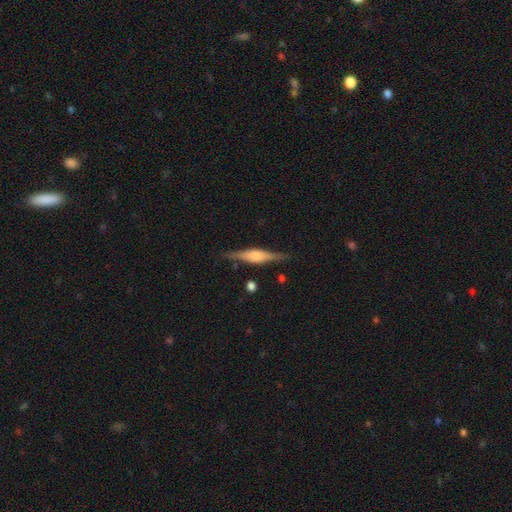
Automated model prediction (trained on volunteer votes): Morphology: type=featured or disk (75%); edge-on=yes (97%); edge-on bulge=rounded (69%); merging=none (87%).